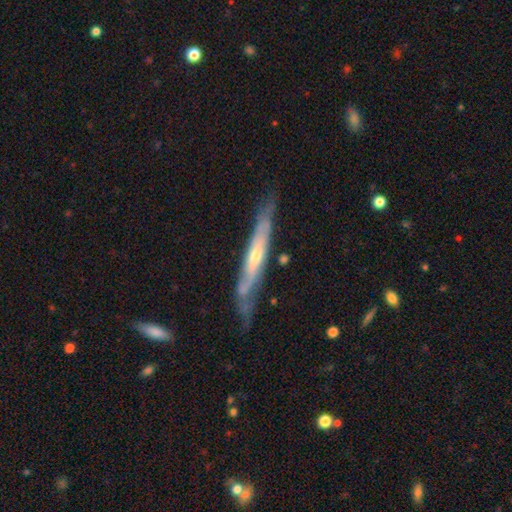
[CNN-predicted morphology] The model was most divided on "edge-on bulge": rounded: 60%, none: 35%, boxy: 5%. More confident: edge-on disk — yes (83%); smooth or featured — featured or disk (73%); merging — none (72%).